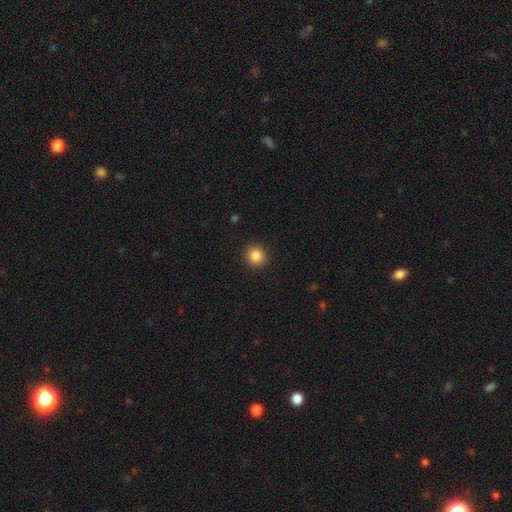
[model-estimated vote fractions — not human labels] A smooth galaxy with no disk features (85%) that is round (91%). Merging: none (92%).